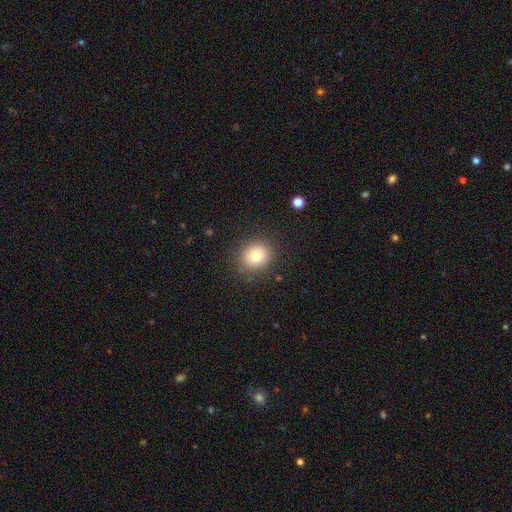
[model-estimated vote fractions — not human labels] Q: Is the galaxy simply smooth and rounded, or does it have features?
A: smooth — 78%.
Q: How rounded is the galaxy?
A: round — 78%.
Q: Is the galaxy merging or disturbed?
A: none — 85%.